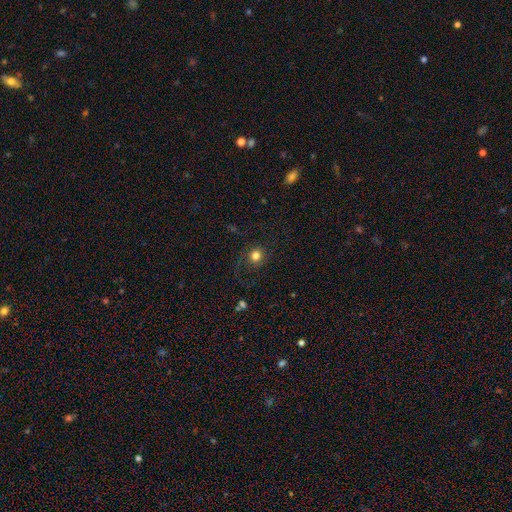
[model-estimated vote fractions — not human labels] Morphology: type=smooth (67%); roundness=round (83%); merging=none (68%).